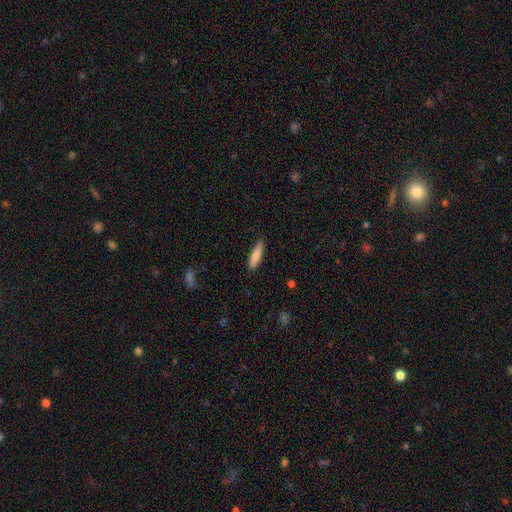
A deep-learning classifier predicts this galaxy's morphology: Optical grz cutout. It shows a smooth galaxy with no disk features (79%) that is cigar-shaped (70%). Merging: none (82%).